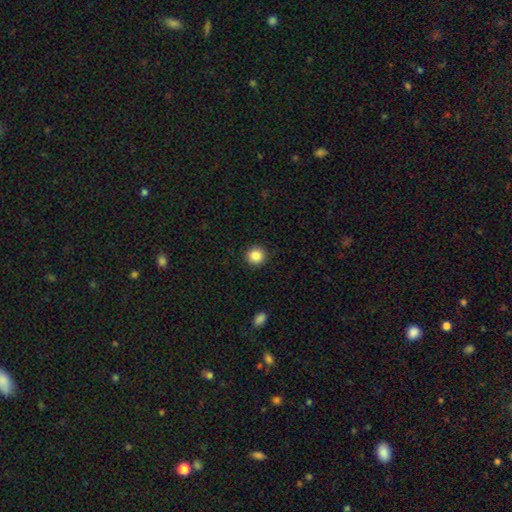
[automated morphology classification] type=smooth (87%); roundness=round (93%); merging=none (91%).